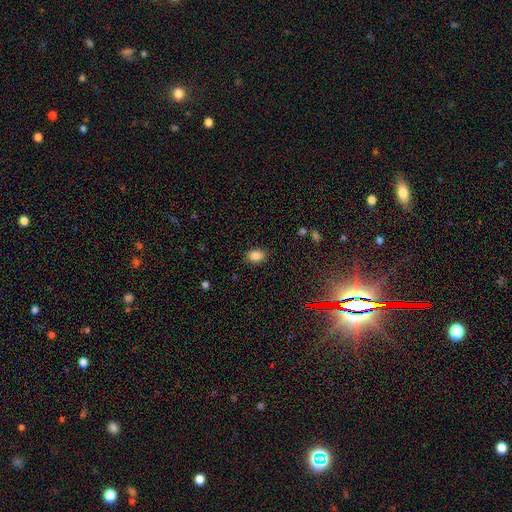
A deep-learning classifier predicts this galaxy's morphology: type=smooth (84%); roundness=in between (69%); merging=none (86%).